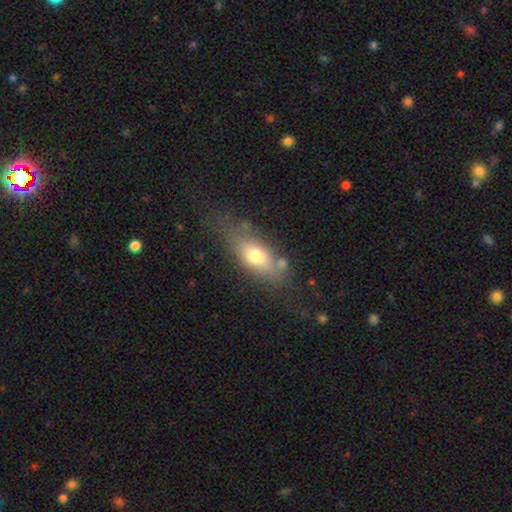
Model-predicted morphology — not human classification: This appears to be a smooth galaxy with no disk features (66%) that is in between round and cigar-shaped (74%). Merging: none (54%).